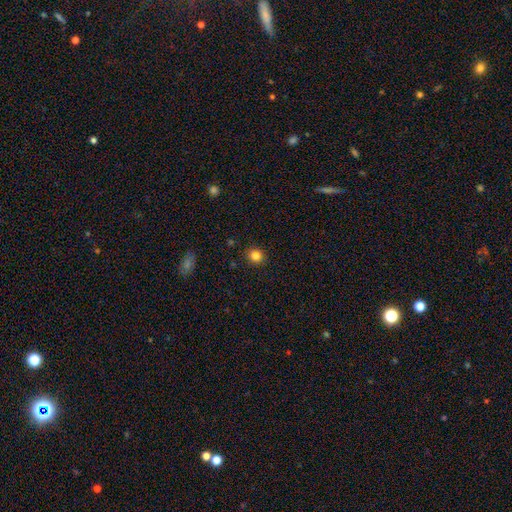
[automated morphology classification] smooth_or_featured: smooth (p=0.83) [alt: star or artifact p=0.12]
how_rounded: round (p=0.88) [alt: in between p=0.11]
merging: none (p=0.91) [alt: minor disturbance p=0.06]